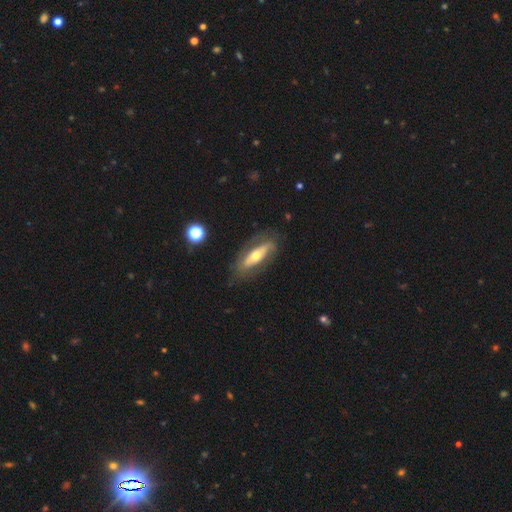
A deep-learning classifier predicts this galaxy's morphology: smooth_or_featured: featured or disk (p=0.61) [alt: smooth p=0.33]
disk_edge_on: no (p=0.66) [alt: yes p=0.34]
merging: none (p=0.73) [alt: minor disturbance p=0.17]